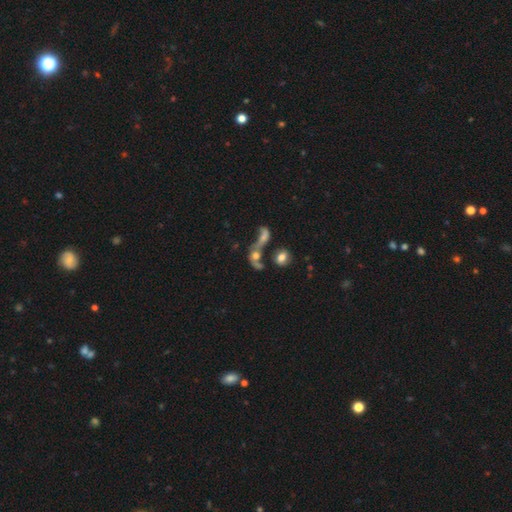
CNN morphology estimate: This appears to be a smooth galaxy with no disk features (46%). Merging: merger (57%).